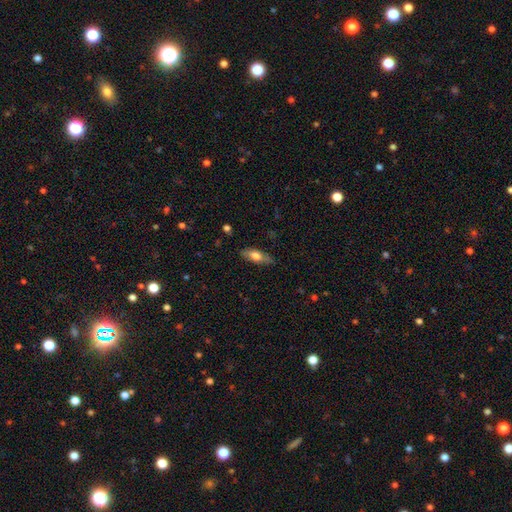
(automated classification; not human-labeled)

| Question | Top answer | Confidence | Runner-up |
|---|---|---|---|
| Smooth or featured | smooth | 69% | featured or disk (24%) |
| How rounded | in between | 69% | cigar-shaped (28%) |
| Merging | none | 80% | minor disturbance (15%) |